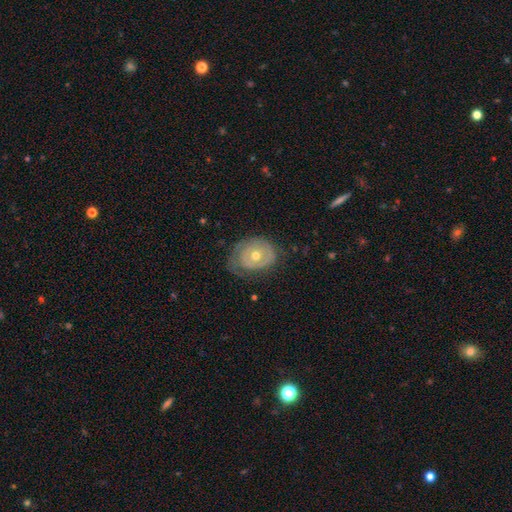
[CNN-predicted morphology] Smooth or featured? featured or disk (65%)
Edge-on disk? no (96%)
Bar? no (83%)
Spiral arms? yes (59%)
Bulge size? moderate (67%)
Merging? none (56%)